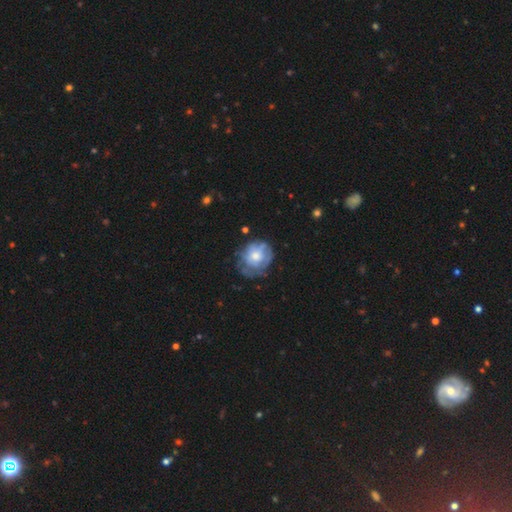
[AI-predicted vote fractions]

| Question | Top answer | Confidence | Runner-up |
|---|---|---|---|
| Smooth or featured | featured or disk | 47% | smooth (45%) |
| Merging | none | 60% | minor disturbance (24%) |